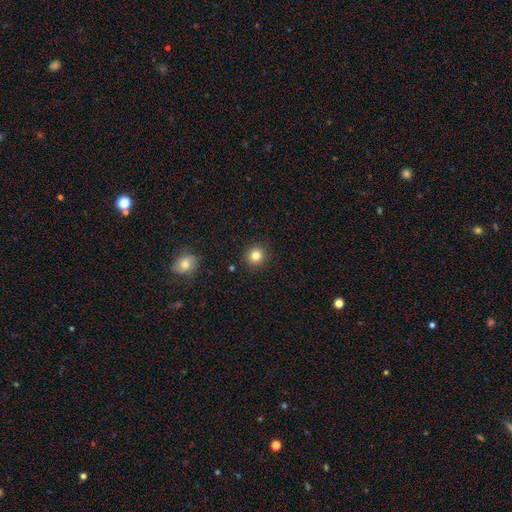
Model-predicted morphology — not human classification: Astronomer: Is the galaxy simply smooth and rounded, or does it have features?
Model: smooth — 83%.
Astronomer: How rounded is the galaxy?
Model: round — 91%.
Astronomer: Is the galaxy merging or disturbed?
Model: none — 91%.